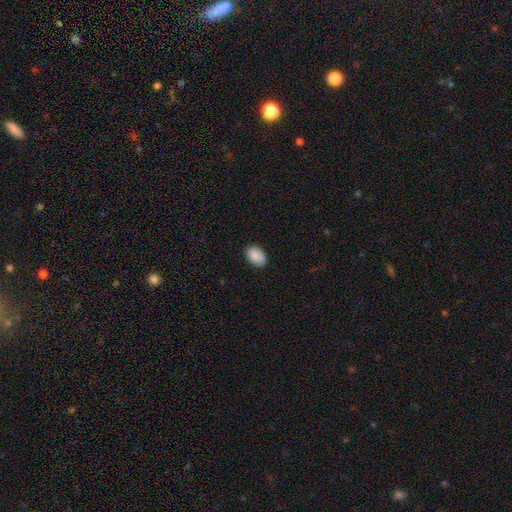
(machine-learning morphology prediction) This appears to be a smooth galaxy with no disk features (90%) that is in between round and cigar-shaped (90%). Merging: none (87%).